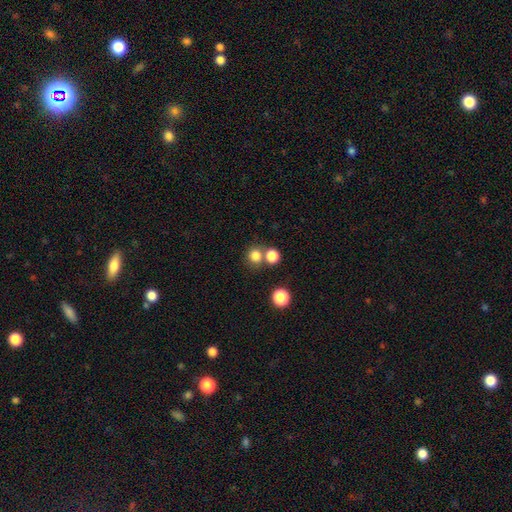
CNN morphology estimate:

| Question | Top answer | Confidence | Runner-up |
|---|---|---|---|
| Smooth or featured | smooth | 80% | star or artifact (14%) |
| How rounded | round | 86% | in between (13%) |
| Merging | none | 63% | merger (27%) |